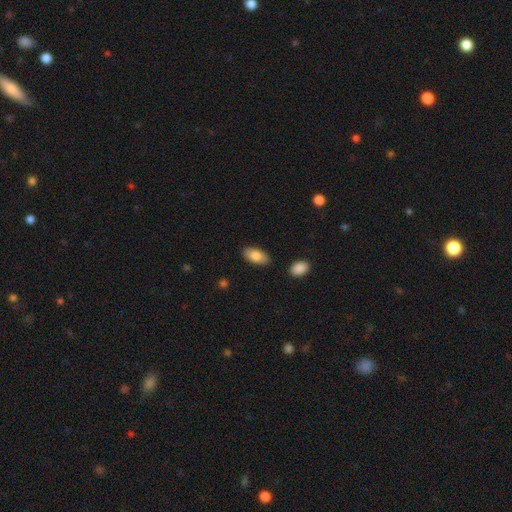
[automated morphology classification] Smooth or featured? Predicted: smooth (p=0.82). How rounded? Predicted: in between (p=0.92). Merging? Predicted: none (p=0.86).